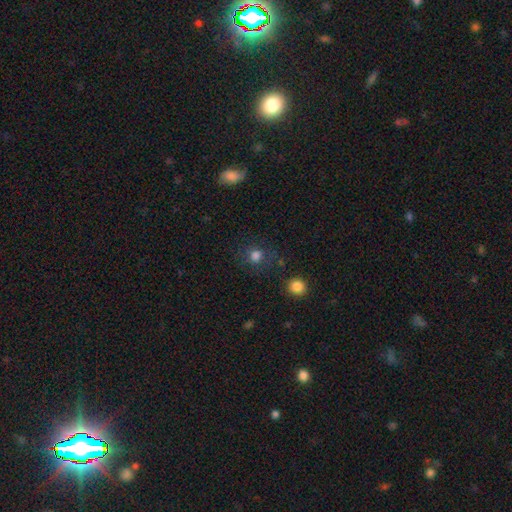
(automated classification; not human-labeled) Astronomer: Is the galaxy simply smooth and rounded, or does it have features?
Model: smooth — 78%.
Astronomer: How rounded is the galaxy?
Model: round — 87%.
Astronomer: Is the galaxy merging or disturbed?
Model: none — 78%.